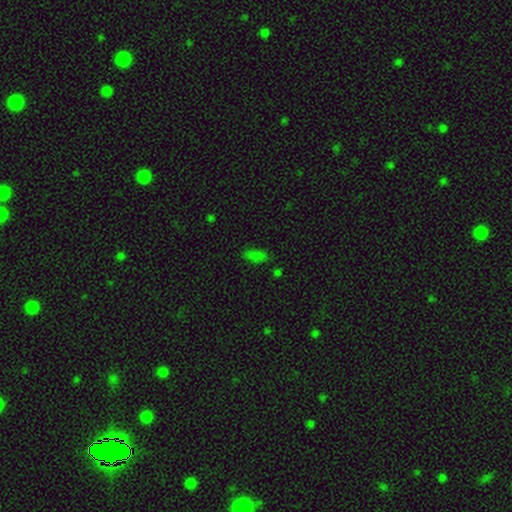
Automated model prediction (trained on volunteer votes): The model was most divided on "smooth or featured": smooth: 72%, star or artifact: 22%, featured or disk: 6%. More confident: how rounded — in between (85%); merging — none (75%).